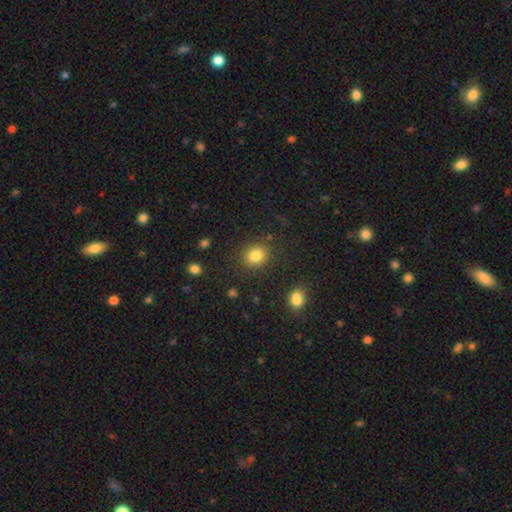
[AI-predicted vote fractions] This appears to be a smooth galaxy with no disk features (82%) that is round (71%). Merging: none (86%).